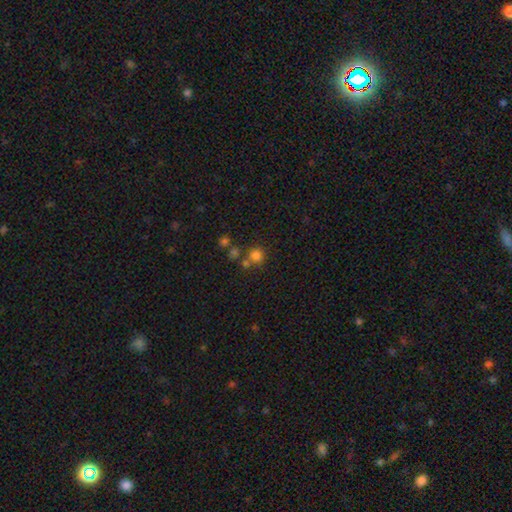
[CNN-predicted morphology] Smooth or featured? smooth (75%)
How rounded? round (89%)
Merging? none (65%)